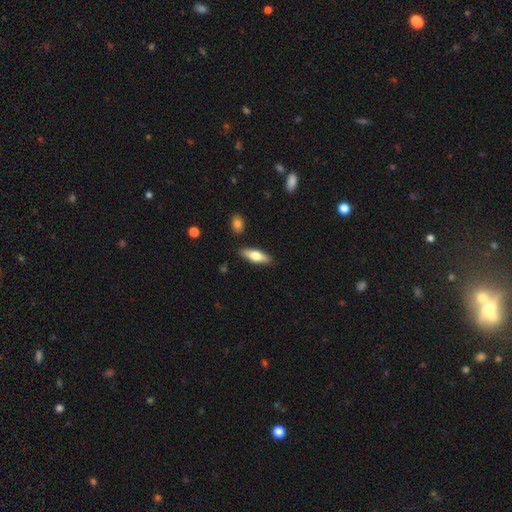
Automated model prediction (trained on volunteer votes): Smooth or featured? smooth (60%)
How rounded? in between (52%)
Merging? none (87%)